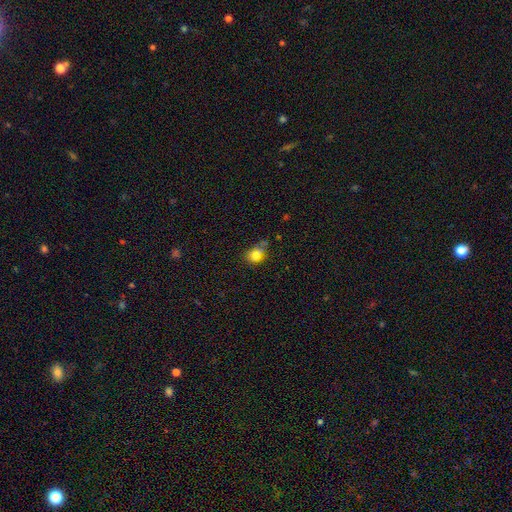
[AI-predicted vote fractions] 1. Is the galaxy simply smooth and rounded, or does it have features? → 80% smooth, 11% star or artifact, 8% featured or disk.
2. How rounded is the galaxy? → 52% in between, 46% round, 1% cigar-shaped.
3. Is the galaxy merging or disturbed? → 51% none, 32% minor disturbance, 10% major disturbance, 7% merger.